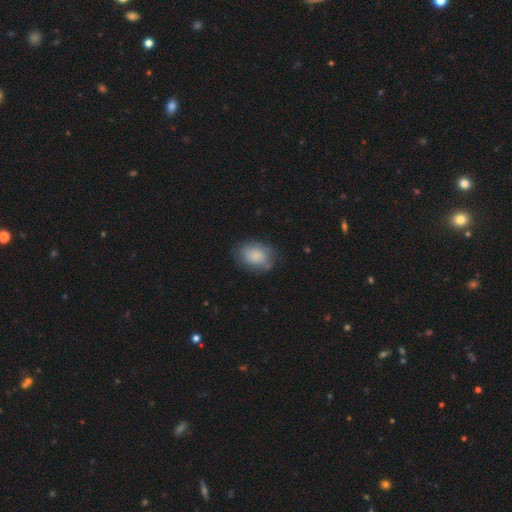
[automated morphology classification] This is clearly a smooth galaxy (81%). How rounded: likely in between (73%). Merging: likely none (71%).